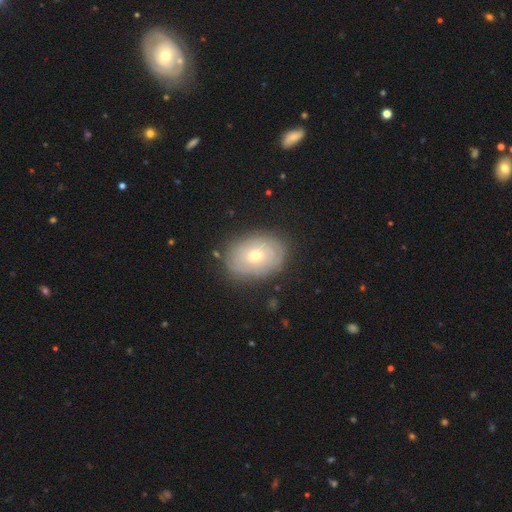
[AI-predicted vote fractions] smooth-or-featured: smooth: 46% | featured or disk: 45% | star or artifact: 9%
  merging: none: 82% | minor disturbance: 13% | major disturbance: 4% | merger: 1%